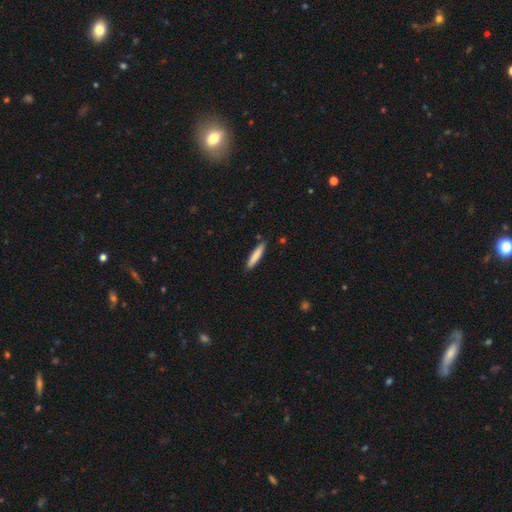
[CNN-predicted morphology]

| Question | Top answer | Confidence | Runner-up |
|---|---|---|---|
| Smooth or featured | smooth | 82% | featured or disk (12%) |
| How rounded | cigar-shaped | 88% | in between (10%) |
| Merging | none | 88% | minor disturbance (9%) |